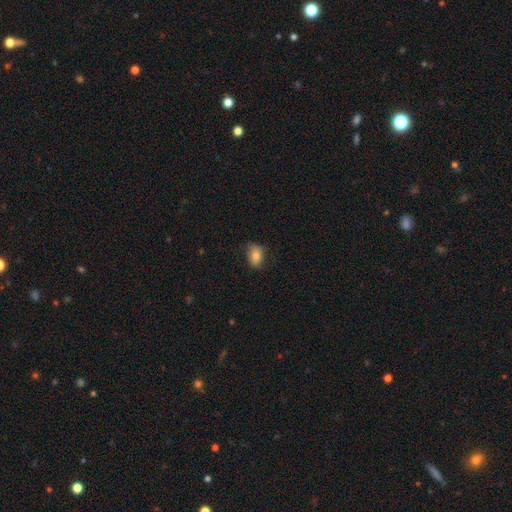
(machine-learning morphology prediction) Smooth or featured?
  - smooth: 76% *
  - featured or disk: 16%
  - star or artifact: 9%
How rounded?
  - in between: 81% *
  - round: 16%
  - cigar-shaped: 2%
Merging?
  - none: 70% *
  - minor disturbance: 23%
  - major disturbance: 6%
  - merger: 1%